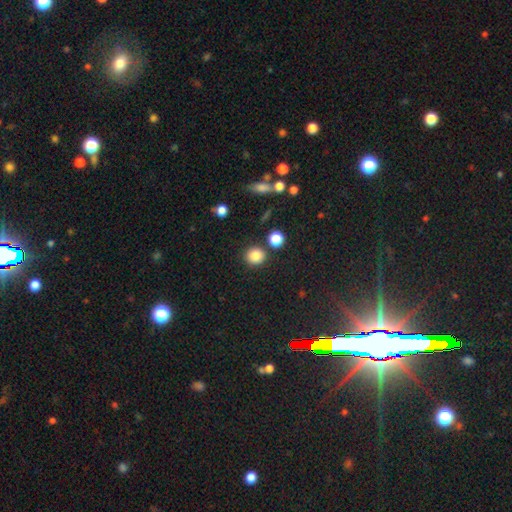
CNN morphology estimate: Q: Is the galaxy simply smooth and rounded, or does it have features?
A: smooth — 85%.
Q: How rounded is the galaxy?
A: round — 83%.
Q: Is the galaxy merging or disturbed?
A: none — 82%.